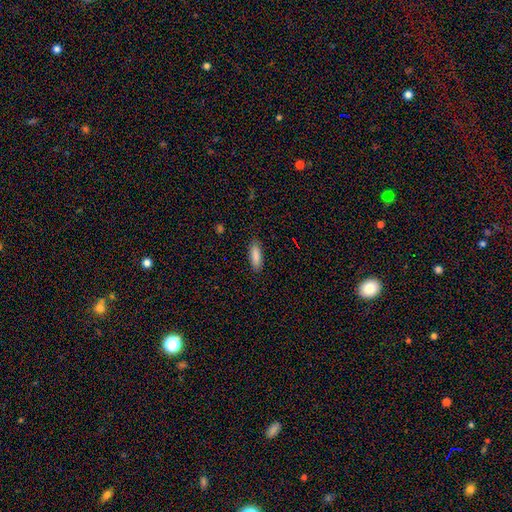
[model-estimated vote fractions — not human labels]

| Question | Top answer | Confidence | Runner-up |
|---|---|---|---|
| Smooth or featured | smooth | 88% | star or artifact (7%) |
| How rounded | in between | 61% | cigar-shaped (37%) |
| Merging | none | 88% | minor disturbance (9%) |